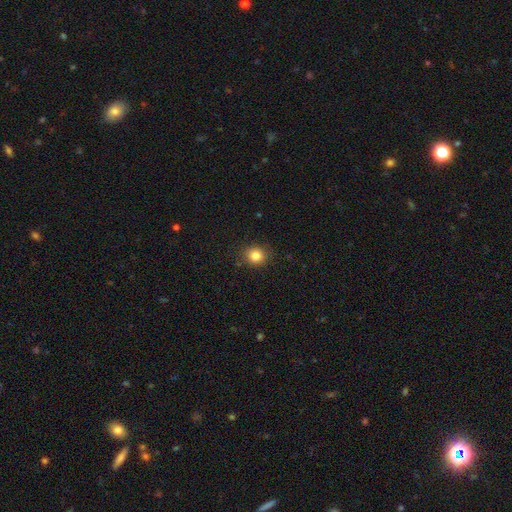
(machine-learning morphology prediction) Smooth or featured? Predicted: smooth (p=0.83). How rounded? Predicted: round (p=0.81). Merging? Predicted: none (p=0.88).